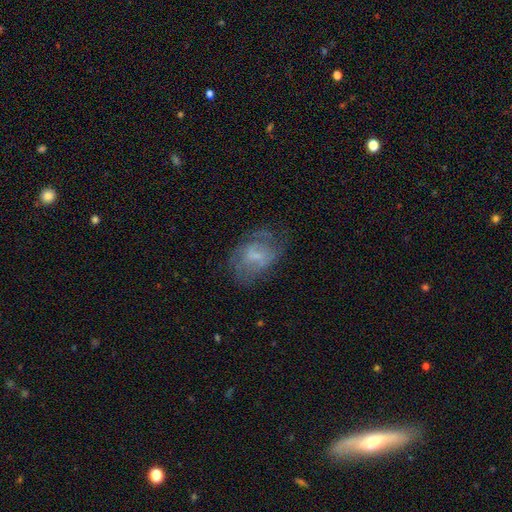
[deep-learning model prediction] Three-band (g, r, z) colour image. It shows a featured or disk galaxy (54%) with no bar (46%), spiral arms (56%) and a small central bulge (44%). Merging: none (52%).